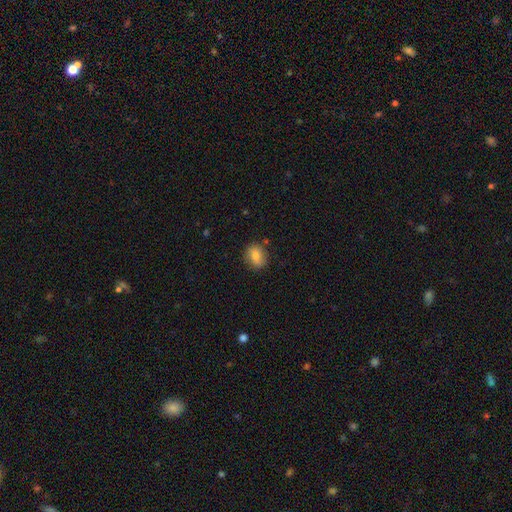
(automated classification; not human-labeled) Q: Smooth or featured?
A: smooth (79%); runner-up: featured or disk (12%)
Q: How rounded?
A: round (64%); runner-up: in between (35%)
Q: Merging?
A: none (82%); runner-up: minor disturbance (12%)